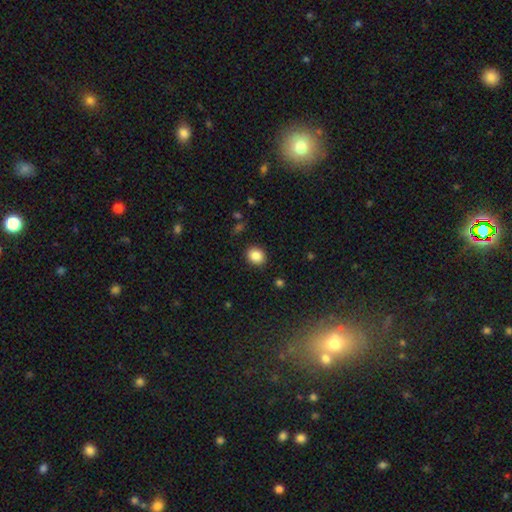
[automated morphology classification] A smooth galaxy with no disk features (86%) that is round (71%).

Vote fractions:
- Smooth or featured? smooth: 86% / star or artifact: 9% / featured or disk: 4%
- How rounded? round: 71% / in between: 28% / cigar-shaped: 1%
- Merging? none: 88% / minor disturbance: 8% / major disturbance: 2% / merger: 1%